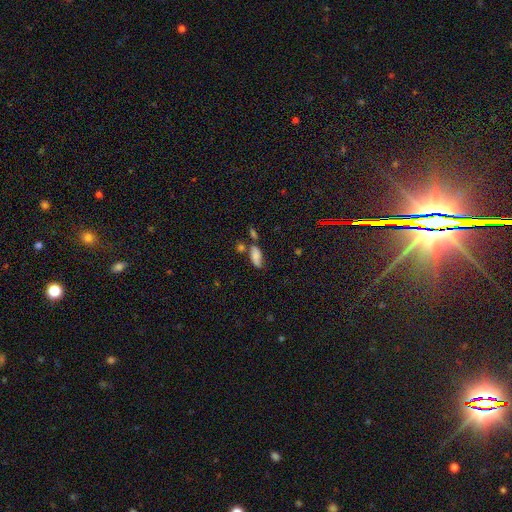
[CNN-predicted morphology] Smooth or featured? smooth (73%)
How rounded? in between (82%)
Merging? none (48%)